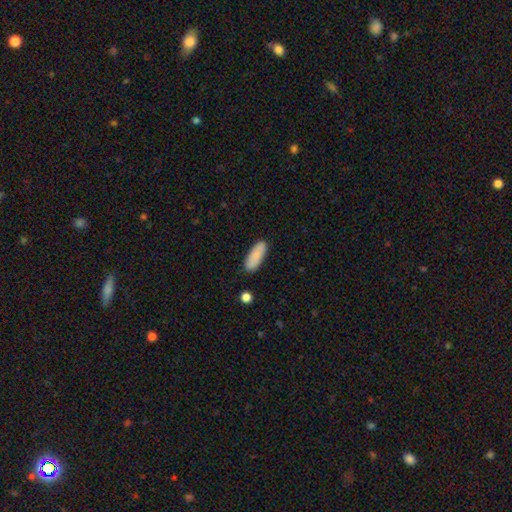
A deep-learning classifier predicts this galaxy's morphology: A smooth galaxy with no disk features (88%) that is in between round and cigar-shaped (70%).

Vote fractions:
- Smooth or featured? smooth: 88% / featured or disk: 6% / star or artifact: 6%
- How rounded? in between: 70% / cigar-shaped: 29% / round: 2%
- Merging? none: 86% / minor disturbance: 10% / major disturbance: 2% / merger: 2%